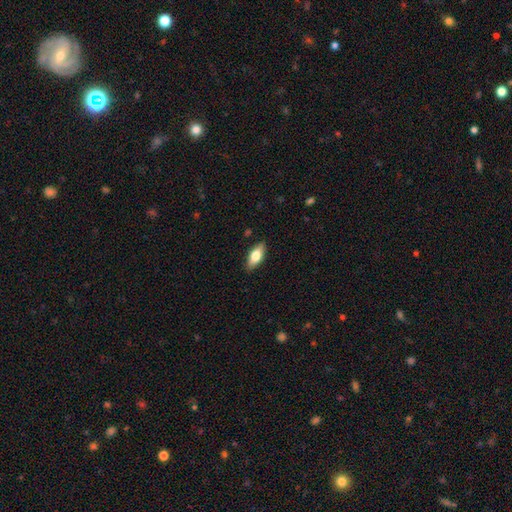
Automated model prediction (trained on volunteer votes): Smooth or featured? smooth (69%)
How rounded? in between (80%)
Merging? none (87%)